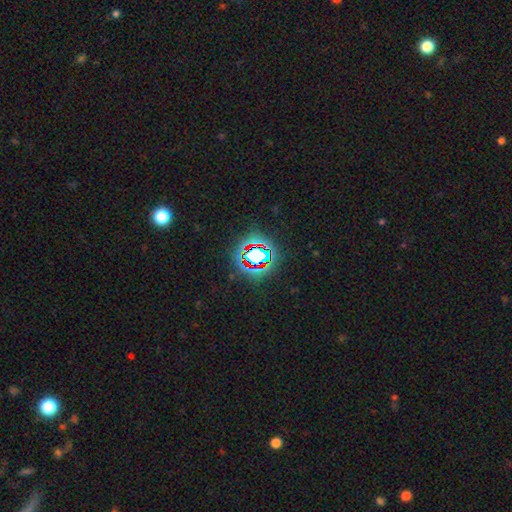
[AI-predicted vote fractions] Overall: star or artifact (68%).